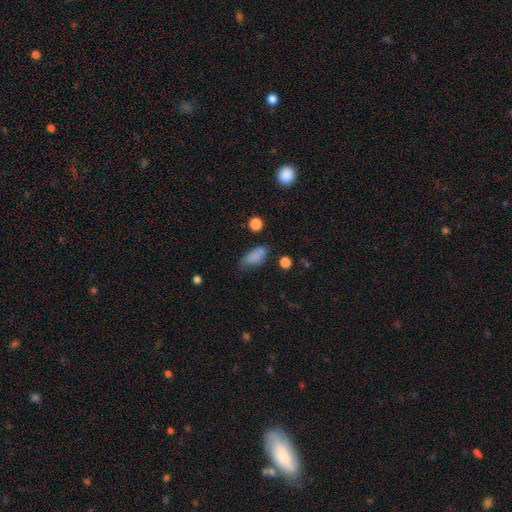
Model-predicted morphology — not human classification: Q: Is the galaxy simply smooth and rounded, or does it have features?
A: smooth — 83%.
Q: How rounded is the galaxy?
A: in between — 83%.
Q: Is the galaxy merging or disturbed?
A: none — 55%.